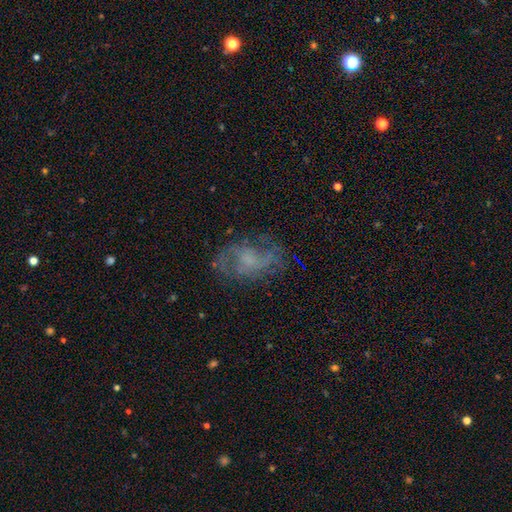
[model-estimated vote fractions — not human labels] smooth-or-featured: featured or disk: 61% | smooth: 23% | star or artifact: 16%
  disk-edge-on: no: 95% | yes: 5%
    bar: no: 63% | weak: 32% | strong: 6%
    has-spiral-arms: yes: 79% | no: 21%
    bulge-size: none: 35% | small: 32% | moderate: 25% | large: 6% | dominant: 2%
  merging: none: 69% | minor disturbance: 18% | major disturbance: 12% | merger: 2%